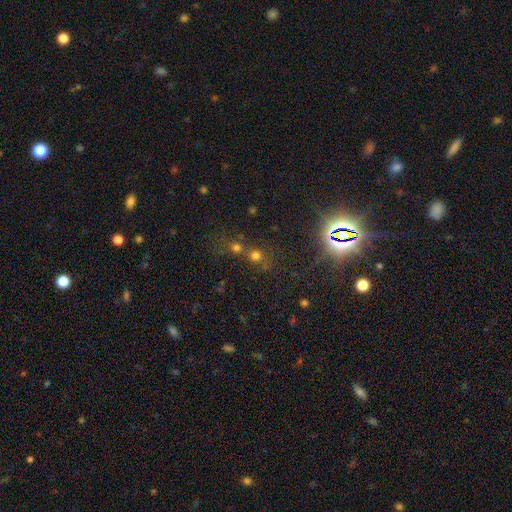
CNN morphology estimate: Smooth or featured: smooth — 59% (star or artifact — 32%)
How rounded: round — 87% (in between — 12%)
Merging: none — 54% (merger — 34%)